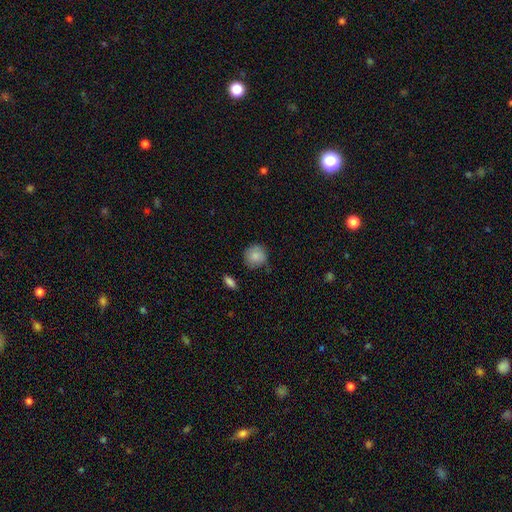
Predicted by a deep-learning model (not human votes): Smooth or featured? Predicted: smooth (p=0.85). How rounded? Predicted: round (p=0.90). Merging? Predicted: none (p=0.77).